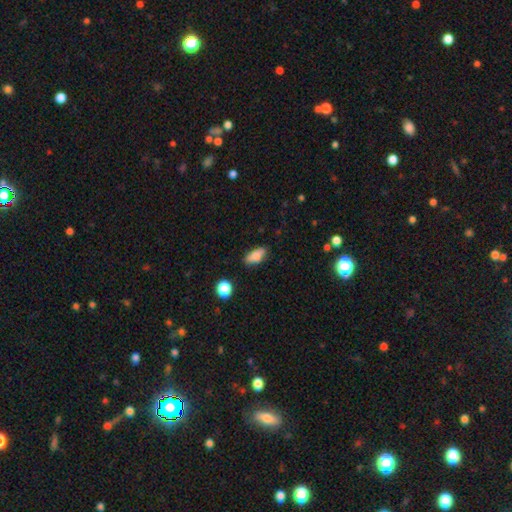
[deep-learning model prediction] Q: Smooth or featured?
A: smooth (80%); runner-up: featured or disk (11%)
Q: How rounded?
A: in between (83%); runner-up: cigar-shaped (12%)
Q: Merging?
A: none (71%); runner-up: minor disturbance (21%)